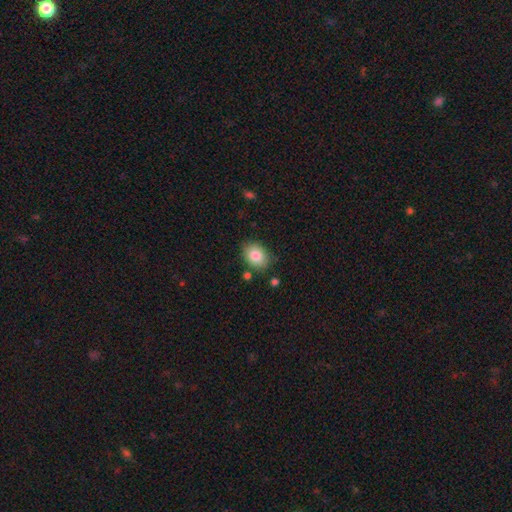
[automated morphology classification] Smooth or featured? smooth (83%)
How rounded? in between (65%)
Merging? none (81%)